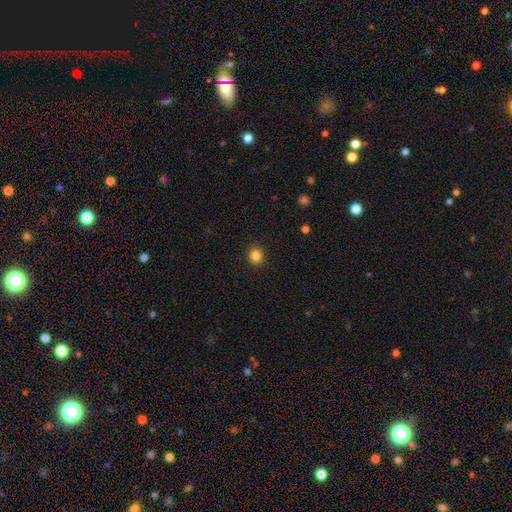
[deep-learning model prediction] The model was most divided on "how rounded": round: 84%, in between: 15%, cigar-shaped: 1%. More confident: merging — none (91%); smooth or featured — smooth (84%).